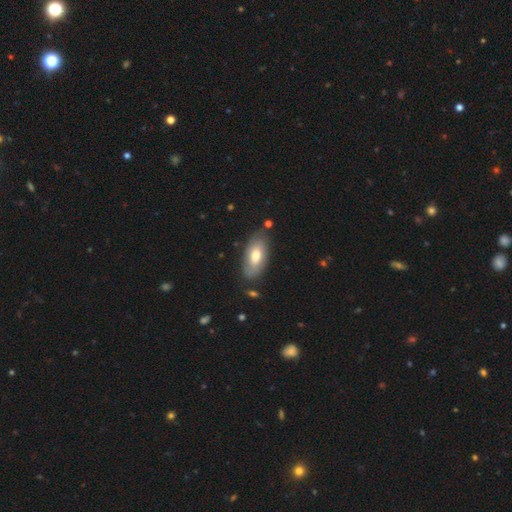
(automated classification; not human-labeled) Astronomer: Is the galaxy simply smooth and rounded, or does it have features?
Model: smooth — 65%.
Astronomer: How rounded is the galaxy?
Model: in between — 91%.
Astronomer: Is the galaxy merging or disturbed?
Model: none — 77%.